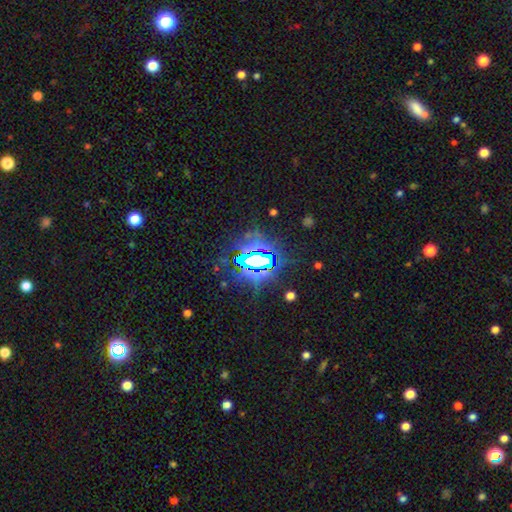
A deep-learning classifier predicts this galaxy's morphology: Q: Smooth or featured?
A: star or artifact (78%); runner-up: smooth (13%)